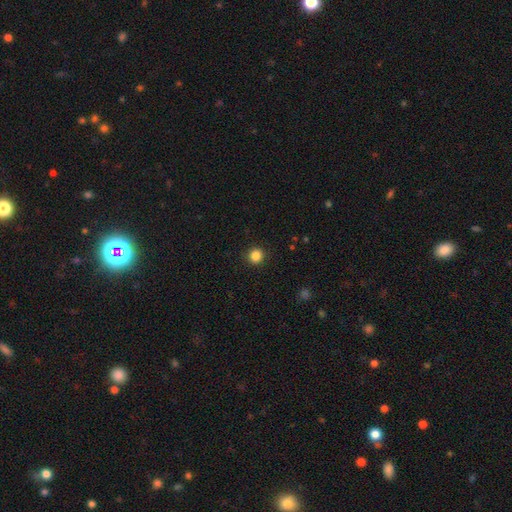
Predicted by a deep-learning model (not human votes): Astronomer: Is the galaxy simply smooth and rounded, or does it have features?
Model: smooth — 85%.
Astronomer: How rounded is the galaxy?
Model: round — 94%.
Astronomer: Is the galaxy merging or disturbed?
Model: none — 92%.